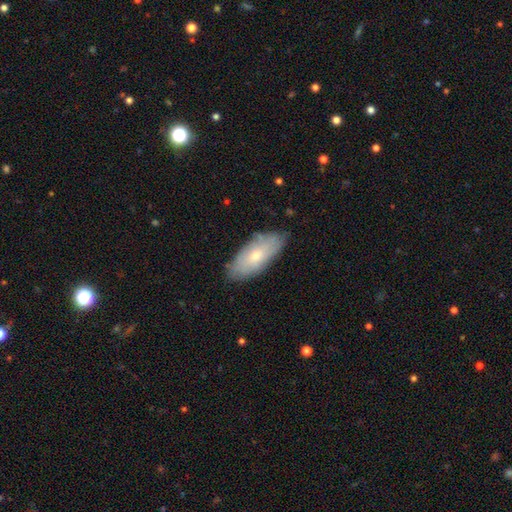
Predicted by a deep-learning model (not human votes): This is likely a smooth galaxy (61%). How rounded: clearly in between (87%). Merging: likely none (79%).